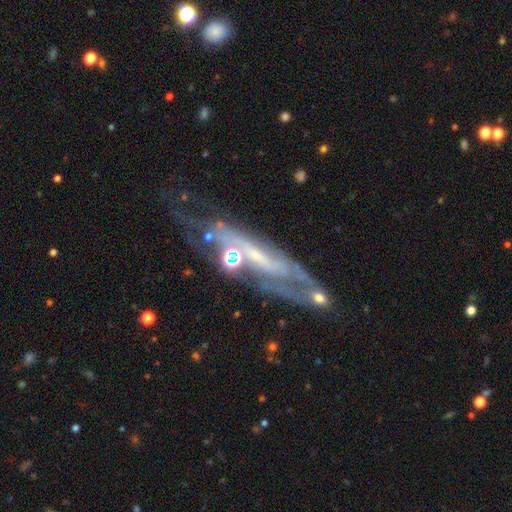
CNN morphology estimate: The model was most divided on "bar": no: 44%, weak: 34%, strong: 22%. Remaining: smooth or featured — featured or disk (80%); spiral arms — yes (79%); edge-on disk — no (67%); merging — none (47%); bulge size — small (45%).